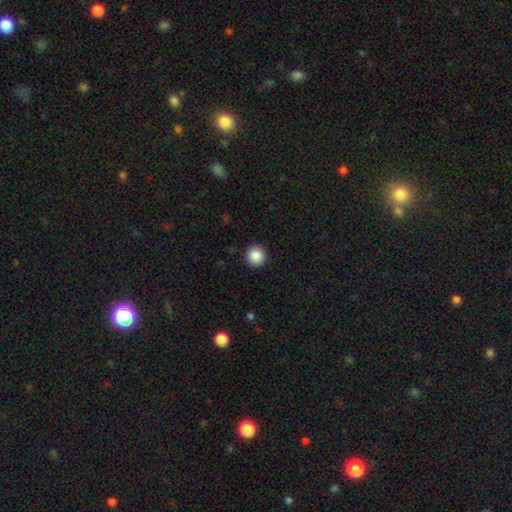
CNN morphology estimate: Smooth or featured?
  - smooth: 88% *
  - star or artifact: 9%
  - featured or disk: 3%
How rounded?
  - round: 95% *
  - in between: 4%
  - cigar-shaped: 1%
Merging?
  - none: 93% *
  - minor disturbance: 5%
  - major disturbance: 2%
  - merger: 1%